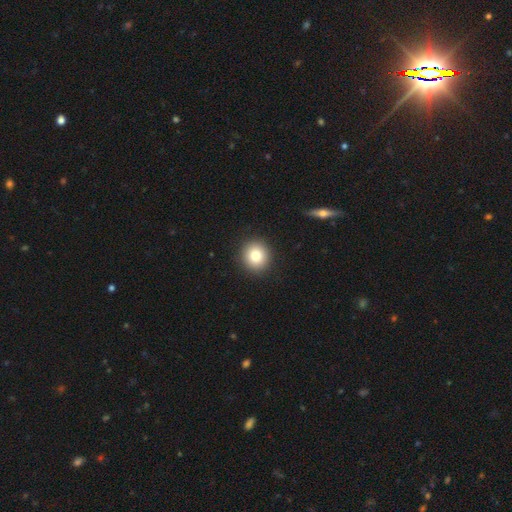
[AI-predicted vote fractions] smooth-or-featured: smooth: 81% | star or artifact: 10% | featured or disk: 9%
  how-rounded: round: 91% | in between: 8% | cigar-shaped: 1%
  merging: none: 92% | minor disturbance: 5% | major disturbance: 2% | merger: 1%